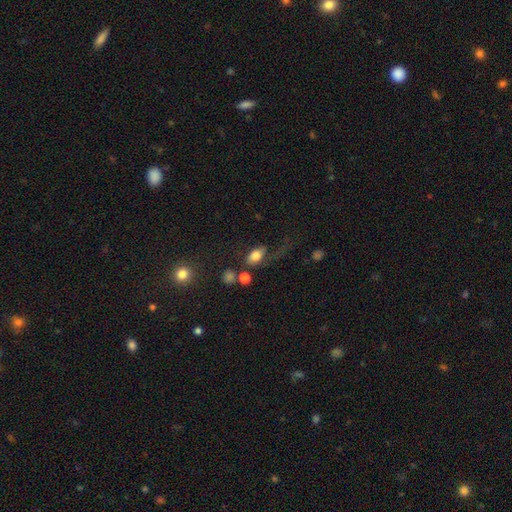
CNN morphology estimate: The model was most divided on "merging": none: 36%, major disturbance: 34%, minor disturbance: 19%, merger: 11%. More confident: how rounded — in between (80%); smooth or featured — smooth (76%).